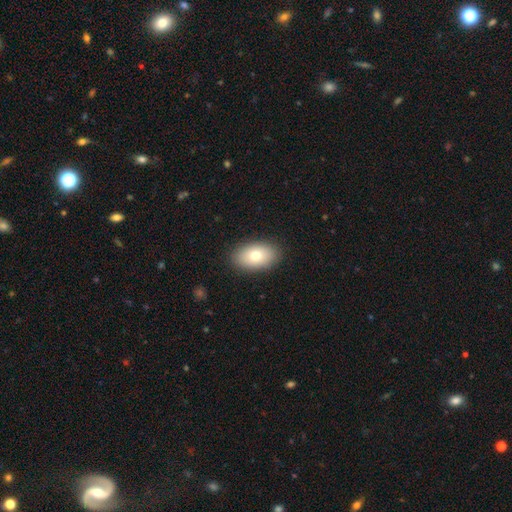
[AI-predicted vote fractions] The model was most divided on "smooth or featured": smooth: 76%, featured or disk: 16%, star or artifact: 8%. More confident: merging — none (89%); how rounded — in between (89%).